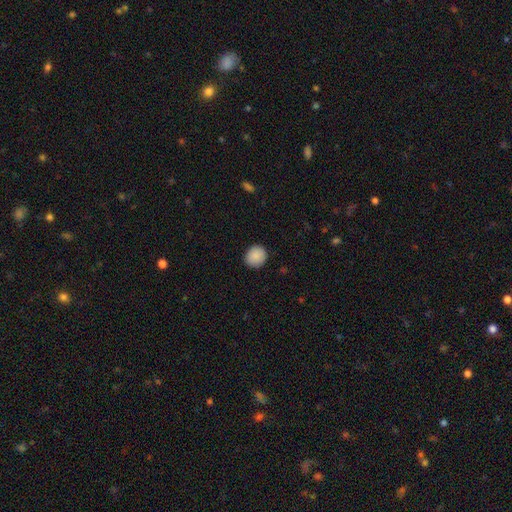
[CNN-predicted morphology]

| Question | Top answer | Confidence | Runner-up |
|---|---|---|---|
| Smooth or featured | smooth | 89% | star or artifact (8%) |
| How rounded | round | 82% | in between (17%) |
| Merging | none | 89% | minor disturbance (8%) |